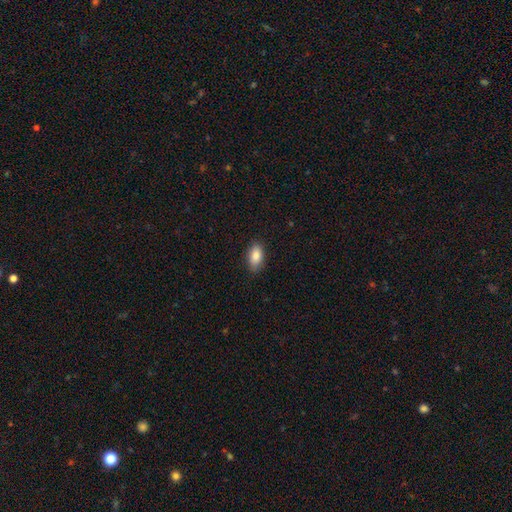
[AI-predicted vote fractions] Overall: smooth (87%). How rounded: in between (92%). Merging: none (85%).